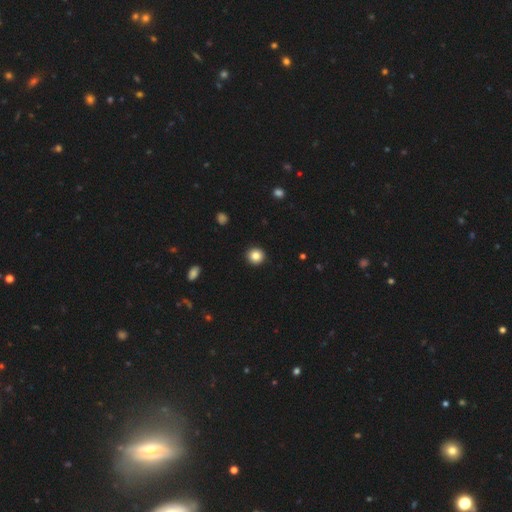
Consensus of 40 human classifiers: smooth-or-featured: smooth: 88% | star or artifact: 8% | featured or disk: 5%
  how-rounded: round: 97% | in between: 3% | cigar-shaped: 0%
  merging: none: 89% | minor disturbance: 5% | major disturbance: 5% | merger: 0%